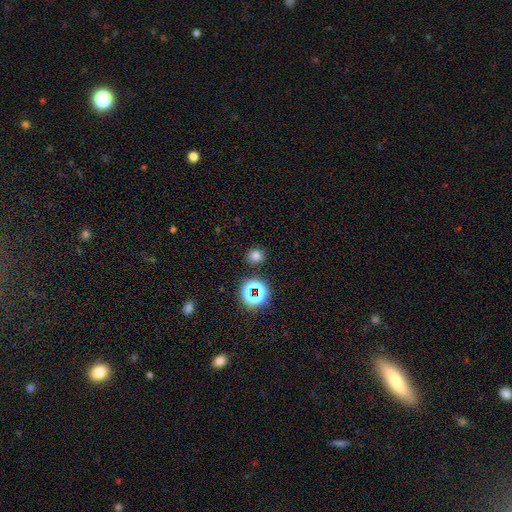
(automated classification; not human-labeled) The model was most divided on "smooth or featured": smooth: 72%, star or artifact: 22%, featured or disk: 6%. More confident: merging — none (86%); how rounded — round (81%).